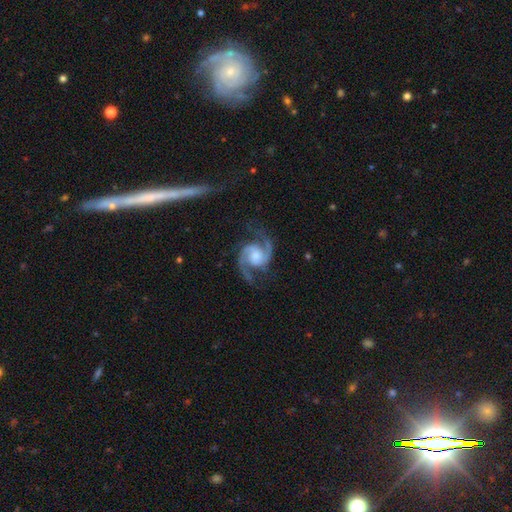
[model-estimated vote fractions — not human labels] smooth-or-featured: featured or disk: 93% | star or artifact: 4% | smooth: 3%
  disk-edge-on: no: 98% | yes: 2%
    bar: no: 60% | weak: 32% | strong: 8%
    has-spiral-arms: yes: 99% | no: 1%
      spiral-winding: medium: 63% | loose: 21% | tight: 16%
      spiral-arm-count: 2: 94% | 3: 2% | can't tell: 1% | 1: 1% | 4: 1% | more than 4: 1%
    bulge-size: moderate: 41% | small: 24% | large: 19% | none: 14% | dominant: 2%
  merging: none: 79% | minor disturbance: 13% | major disturbance: 6% | merger: 2%